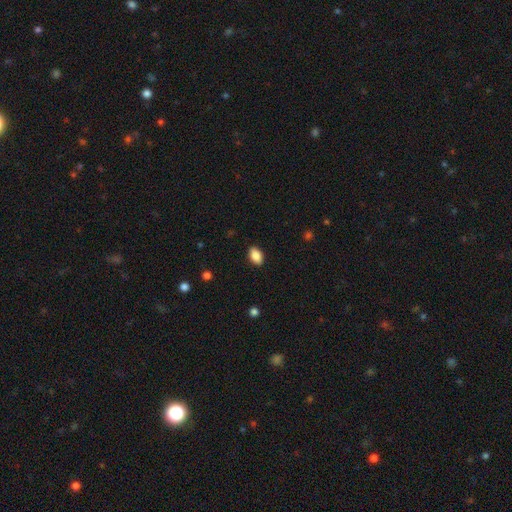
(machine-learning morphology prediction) Overall: smooth (87%). How rounded: in between (90%). Merging: none (89%).